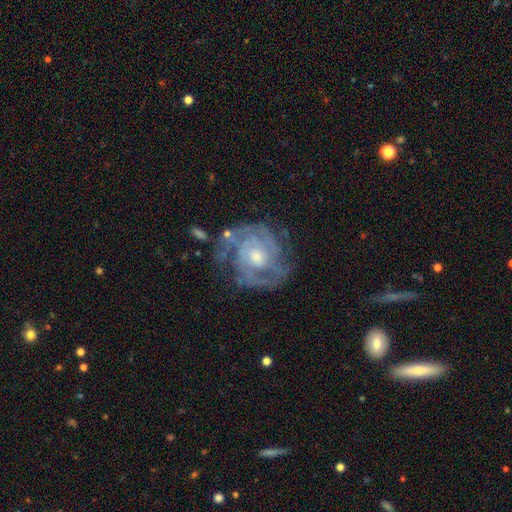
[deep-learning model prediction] A featured or disk galaxy (85%) with no bar (70%), 2 (32%) tight (59%) spiral arms (93%) and a moderate central bulge (55%).

Vote fractions:
- Smooth or featured? featured or disk: 85% / smooth: 9% / star or artifact: 6%
- Edge-on disk? no: 97% / yes: 3%
- Bar? no: 70% / weak: 25% / strong: 5%
- Spiral arms? yes: 93% / no: 7%
- Spiral winding? tight: 59% / medium: 33% / loose: 8%
- Spiral arm count? 2: 32% / can't tell: 27% / 3: 22% / 4: 8% / 1: 5% / more than 4: 5%
- Bulge size? moderate: 55% / small: 37% / large: 5% / none: 2% / dominant: 1%
- Merging? none: 66% / minor disturbance: 19% / major disturbance: 11% / merger: 3%